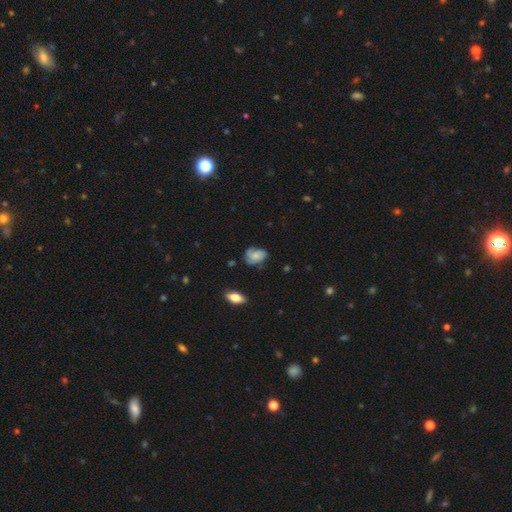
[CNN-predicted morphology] Overall: smooth (52%; featured or disk 40%). How rounded: in between (75%). Merging: none (55%; minor disturbance 31%).